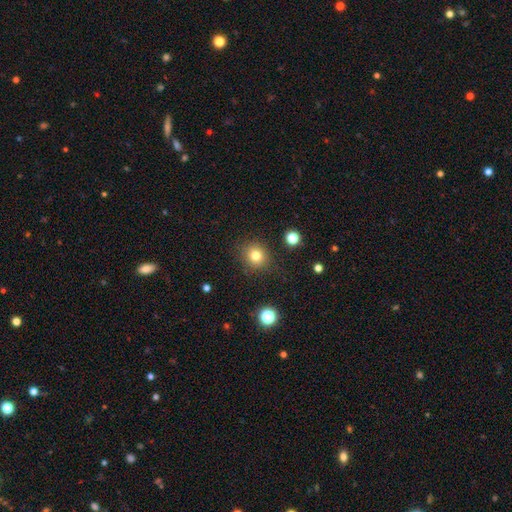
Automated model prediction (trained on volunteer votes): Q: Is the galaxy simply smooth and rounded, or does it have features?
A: smooth — 80%.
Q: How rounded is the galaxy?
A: round — 87%.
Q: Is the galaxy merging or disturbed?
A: none — 86%.